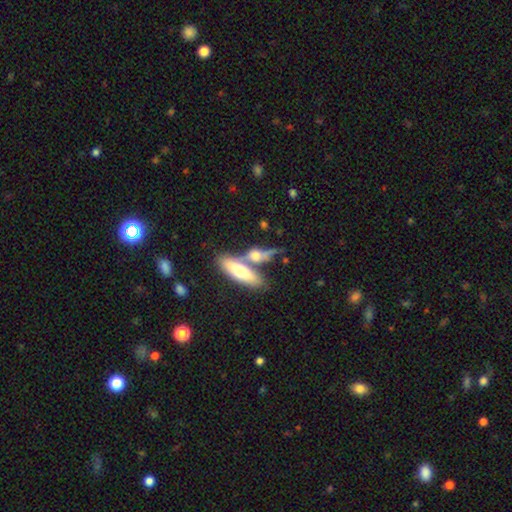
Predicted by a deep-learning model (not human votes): Smooth or featured?
  - smooth: 53% *
  - featured or disk: 40%
  - star or artifact: 7%
How rounded?
  - cigar-shaped: 47% *
  - in between: 45%
  - round: 7%
Merging?
  - merger: 47% *
  - none: 37%
  - minor disturbance: 10%
  - major disturbance: 5%